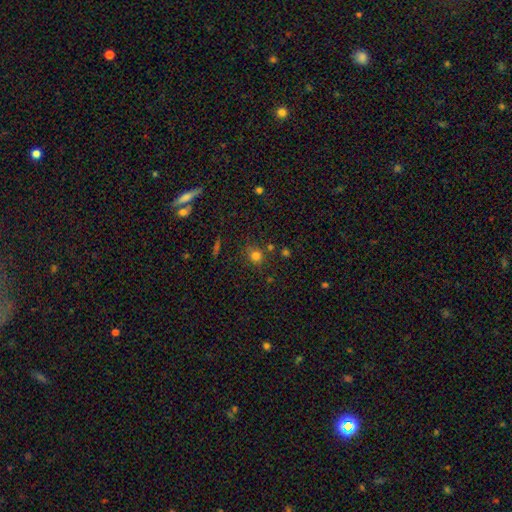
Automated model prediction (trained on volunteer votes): Smooth or featured? smooth (77%)
How rounded? round (83%)
Merging? none (75%)